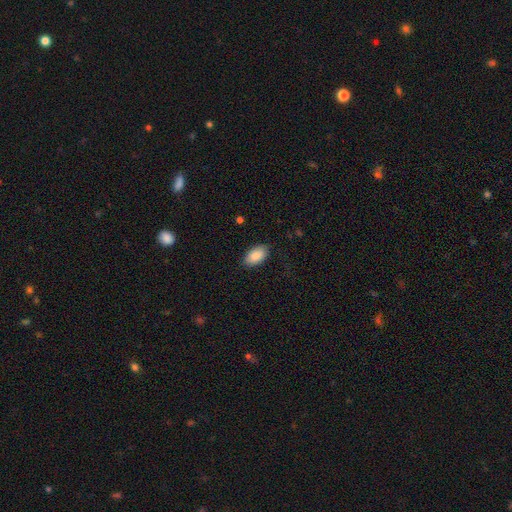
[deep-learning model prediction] Overall: smooth (88%). How rounded: in between (95%). Merging: none (84%).